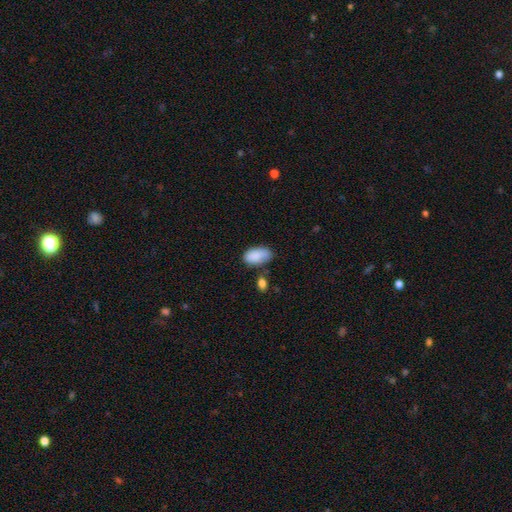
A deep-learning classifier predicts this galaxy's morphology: This is clearly a smooth galaxy (87%). How rounded: clearly in between (94%). Merging: likely none (62%).